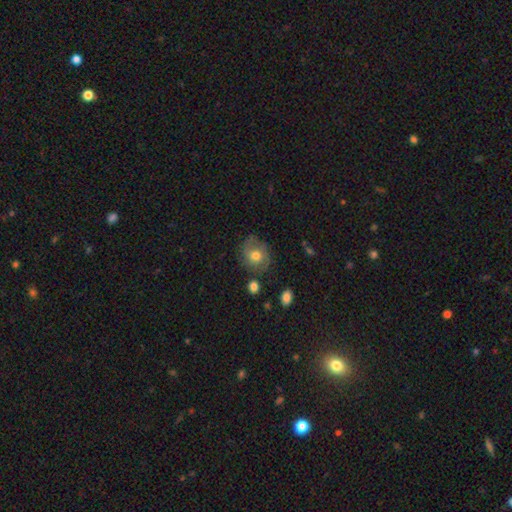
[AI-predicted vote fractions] Smooth or featured: smooth — 46% (featured or disk — 45%)
Merging: none — 70% (minor disturbance — 20%)